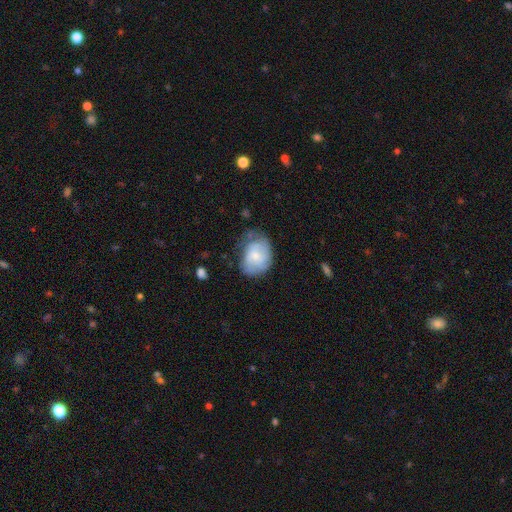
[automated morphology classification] This is possibly a smooth galaxy (59%). How rounded: likely in between (65%). Merging: possibly none (48%).